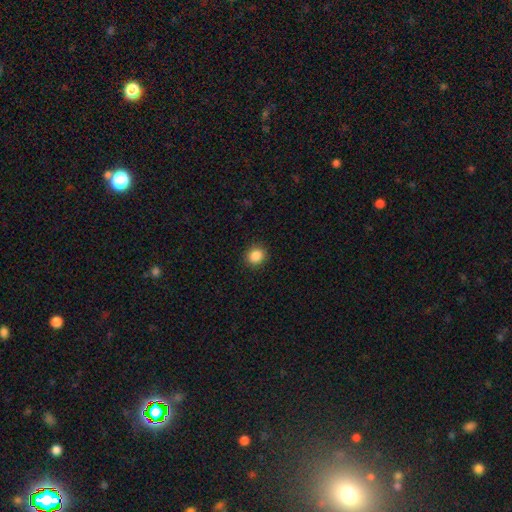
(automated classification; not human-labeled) smooth 87%, star or artifact 10%, featured or disk 3%. Down the decision tree: how rounded — round (82%); merging — none (90%).